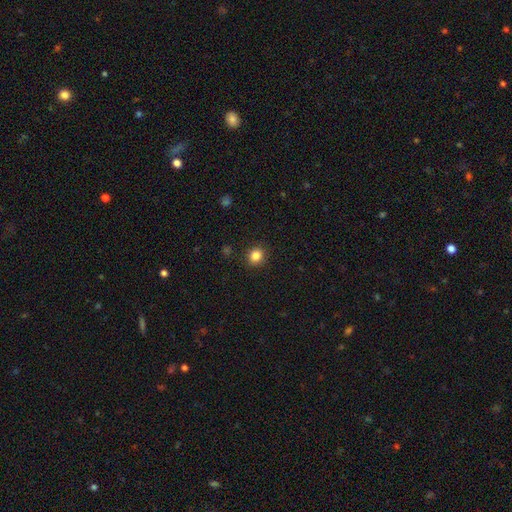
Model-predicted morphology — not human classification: Smooth or featured?
  - smooth: 84% *
  - star or artifact: 11%
  - featured or disk: 4%
How rounded?
  - round: 82% *
  - in between: 17%
  - cigar-shaped: 1%
Merging?
  - none: 91% *
  - minor disturbance: 6%
  - major disturbance: 2%
  - merger: 1%